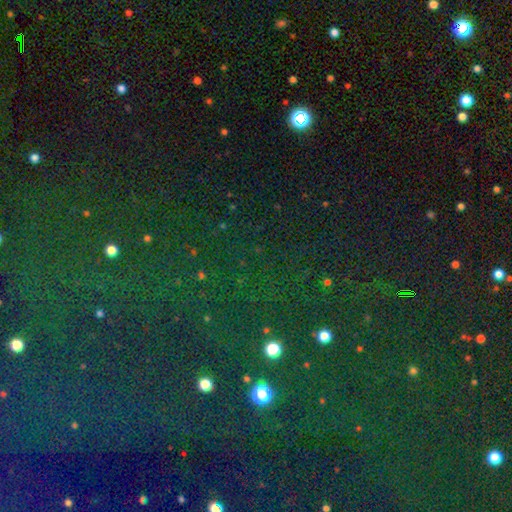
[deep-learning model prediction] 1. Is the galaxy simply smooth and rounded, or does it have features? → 80% star or artifact, 12% smooth, 8% featured or disk.